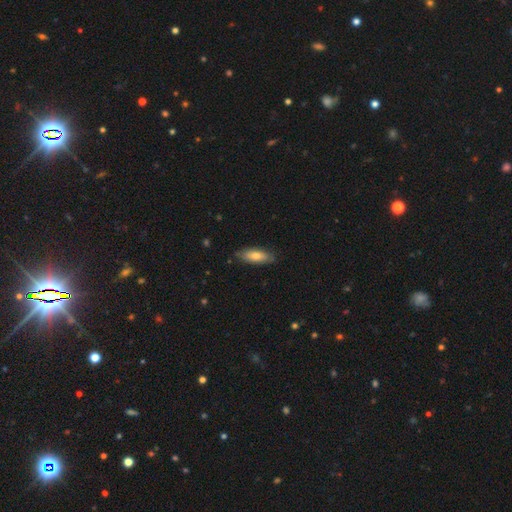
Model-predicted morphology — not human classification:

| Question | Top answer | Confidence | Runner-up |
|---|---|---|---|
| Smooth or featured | smooth | 72% | featured or disk (22%) |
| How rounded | in between | 63% | cigar-shaped (35%) |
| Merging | none | 82% | minor disturbance (15%) |